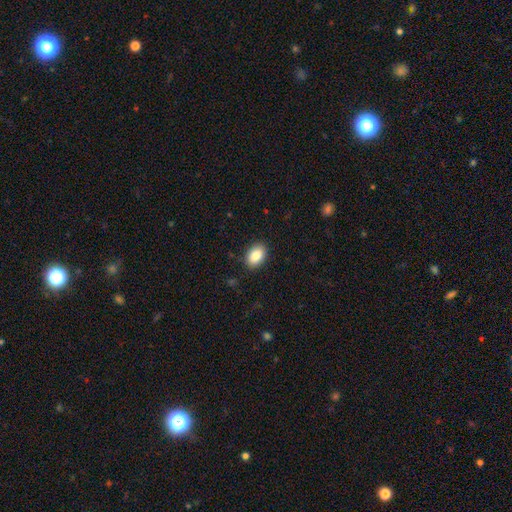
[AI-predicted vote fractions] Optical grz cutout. It shows a smooth galaxy with no disk features (86%) that is in between round and cigar-shaped (86%). Merging: none (88%).